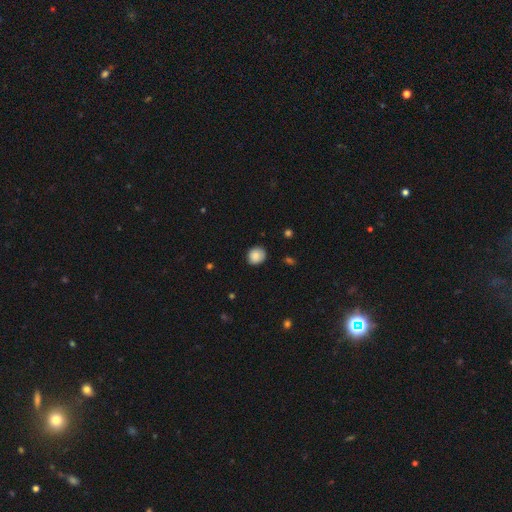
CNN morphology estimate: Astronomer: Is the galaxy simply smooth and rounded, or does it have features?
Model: smooth — 86%.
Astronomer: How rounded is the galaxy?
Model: round — 80%.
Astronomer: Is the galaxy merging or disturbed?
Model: none — 84%.